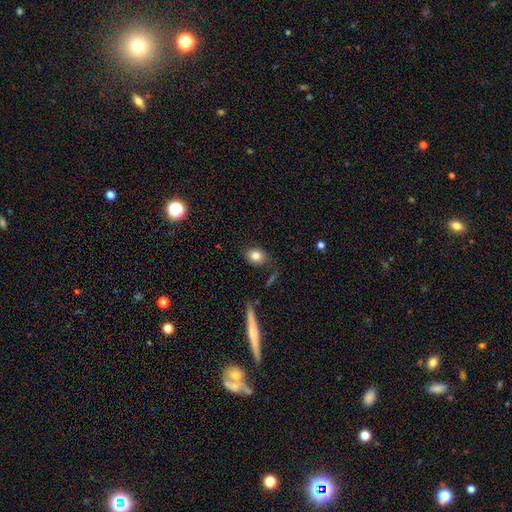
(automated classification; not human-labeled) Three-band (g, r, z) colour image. It shows a smooth galaxy with no disk features (82%) that is in between round and cigar-shaped (60%). Merging: none (78%).